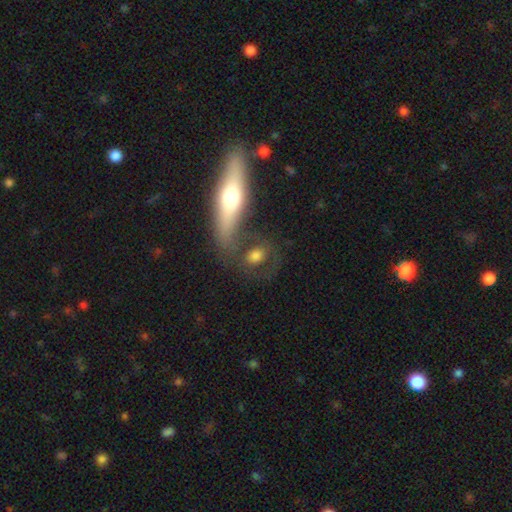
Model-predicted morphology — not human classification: This is possibly a smooth galaxy (56%). How rounded: possibly in between (52%). Merging: possibly none (58%).